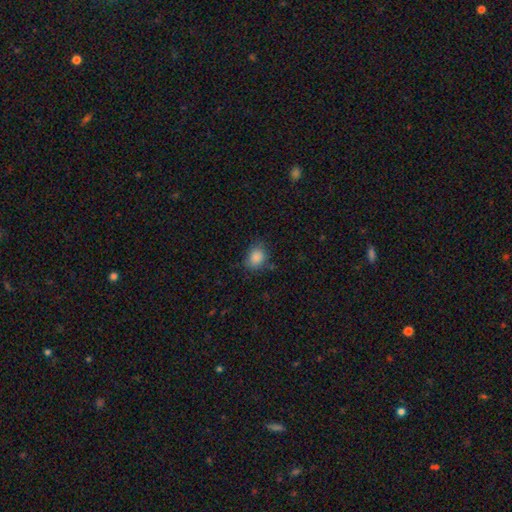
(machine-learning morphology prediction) smooth 86%, star or artifact 10%, featured or disk 5%. Down the decision tree: how rounded — round (54%); merging — none (72%).